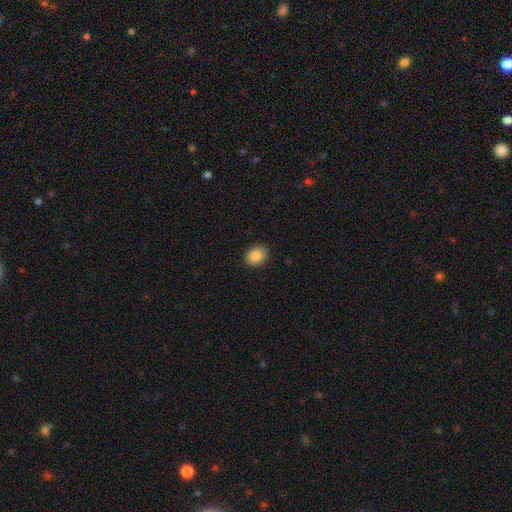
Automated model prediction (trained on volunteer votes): smooth 87%, star or artifact 9%, featured or disk 5%. Down the decision tree: how rounded — round (52%); merging — none (90%).